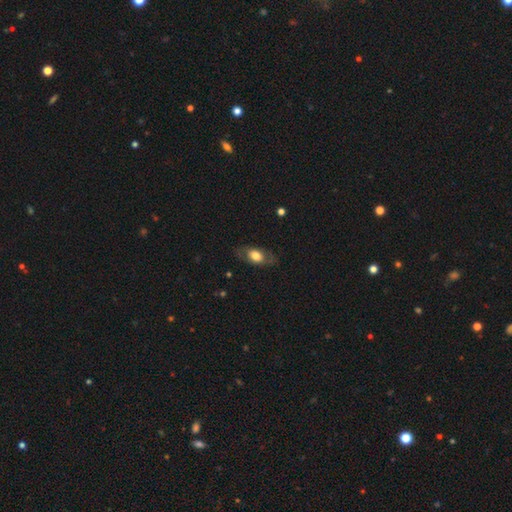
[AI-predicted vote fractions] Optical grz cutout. It shows a smooth galaxy with no disk features (59%) that is in between round and cigar-shaped (83%). Merging: none (73%).